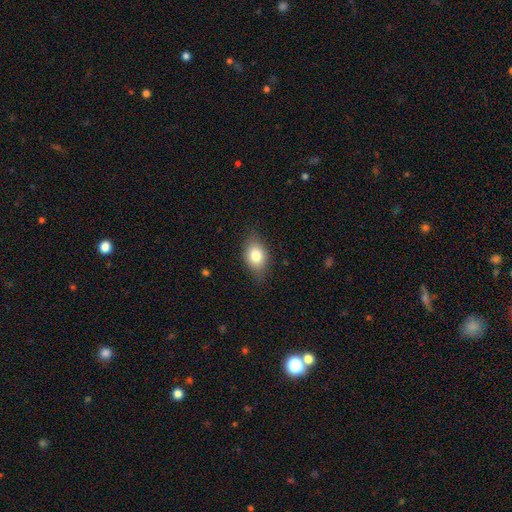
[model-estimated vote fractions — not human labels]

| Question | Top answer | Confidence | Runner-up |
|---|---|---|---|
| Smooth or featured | smooth | 79% | featured or disk (12%) |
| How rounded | in between | 79% | round (19%) |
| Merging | none | 78% | minor disturbance (18%) |